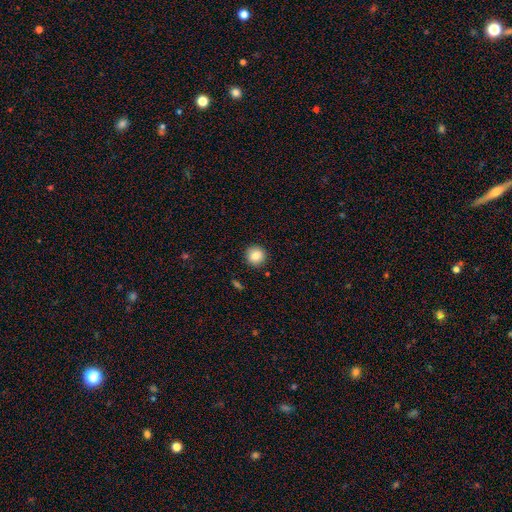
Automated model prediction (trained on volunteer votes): Morphology: type=smooth (85%); roundness=round (94%); merging=none (91%).